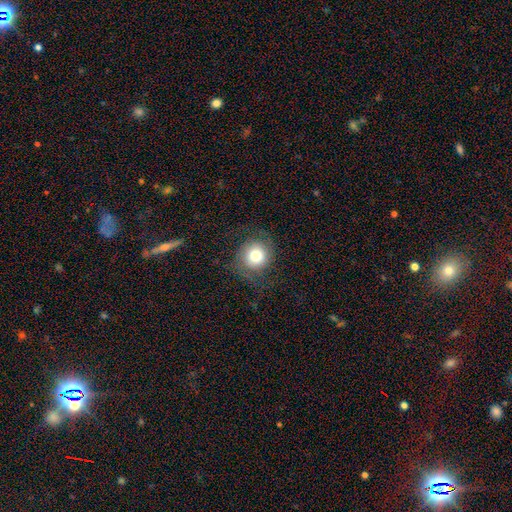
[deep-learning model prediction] A smooth galaxy with no disk features (66%) that is round (89%).

Vote fractions:
- Smooth or featured? smooth: 66% / featured or disk: 23% / star or artifact: 10%
- How rounded? round: 89% / in between: 10% / cigar-shaped: 1%
- Merging? none: 76% / minor disturbance: 14% / major disturbance: 9% / merger: 1%